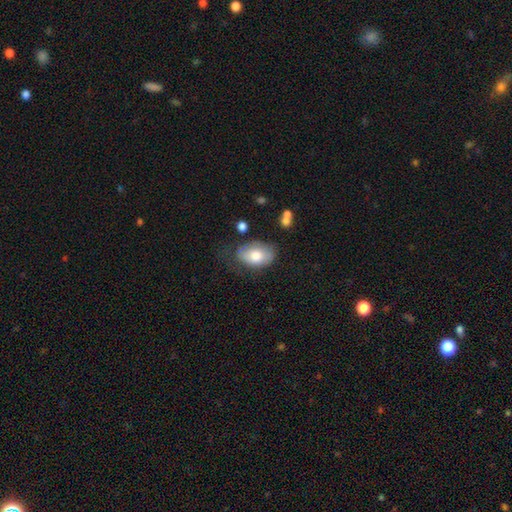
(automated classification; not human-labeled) smooth_or_featured: smooth (p=0.73) [alt: featured or disk p=0.21]
how_rounded: in between (p=0.87) [alt: round p=0.12]
merging: none (p=0.51) [alt: minor disturbance p=0.31]